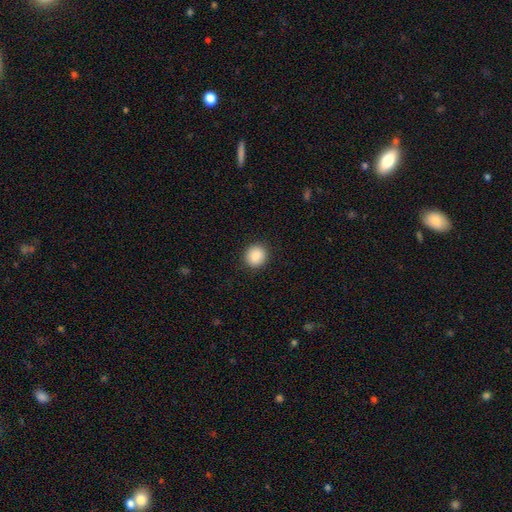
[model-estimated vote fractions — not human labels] The model was most divided on "how rounded": round: 88%, in between: 11%, cigar-shaped: 1%. More confident: merging — none (91%); smooth or featured — smooth (89%).